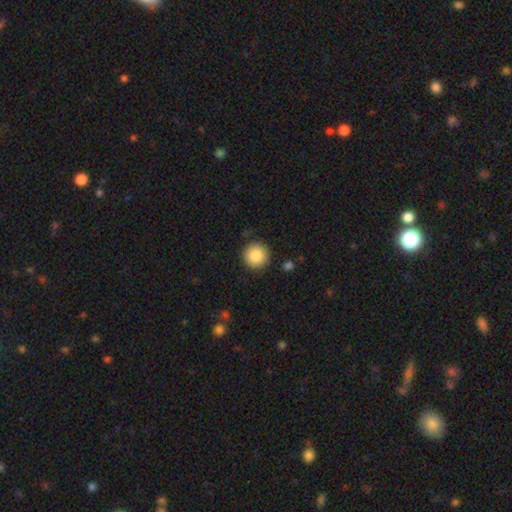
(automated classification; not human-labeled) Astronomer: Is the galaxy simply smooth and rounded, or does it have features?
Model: smooth — 87%.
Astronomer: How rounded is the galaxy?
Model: round — 96%.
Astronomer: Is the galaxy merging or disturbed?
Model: none — 89%.